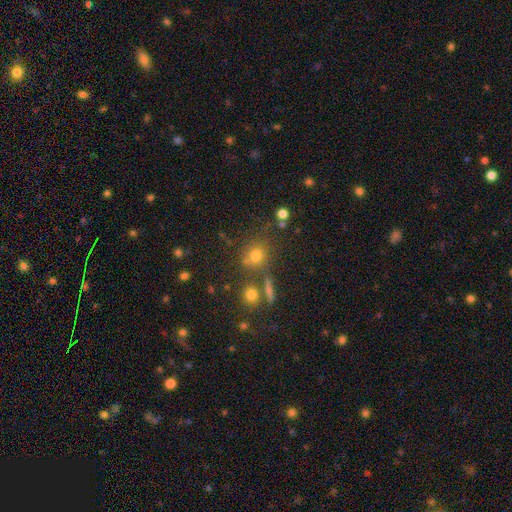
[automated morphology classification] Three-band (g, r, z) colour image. It shows a smooth galaxy with no disk features (70%) that is round (76%). Merging: none (67%).